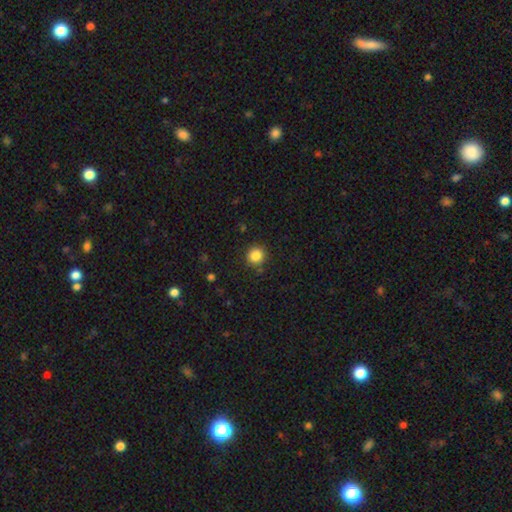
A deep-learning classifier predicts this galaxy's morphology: Q: Smooth or featured?
A: smooth (84%); runner-up: star or artifact (11%)
Q: How rounded?
A: round (90%); runner-up: in between (9%)
Q: Merging?
A: none (88%); runner-up: minor disturbance (8%)